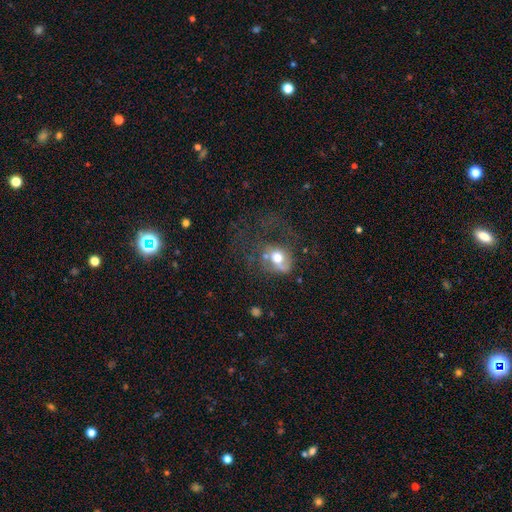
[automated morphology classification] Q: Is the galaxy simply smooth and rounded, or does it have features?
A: smooth — 39%.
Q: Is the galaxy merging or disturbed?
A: none — 49%.